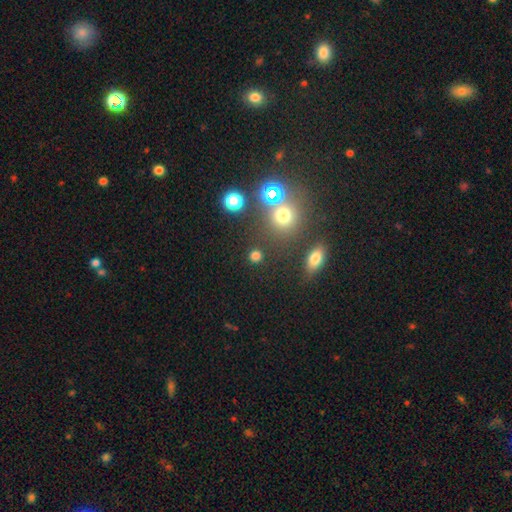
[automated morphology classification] smooth-or-featured: smooth: 72% | star or artifact: 22% | featured or disk: 6%
  how-rounded: round: 85% | in between: 13% | cigar-shaped: 1%
  merging: none: 83% | minor disturbance: 8% | merger: 6% | major disturbance: 4%